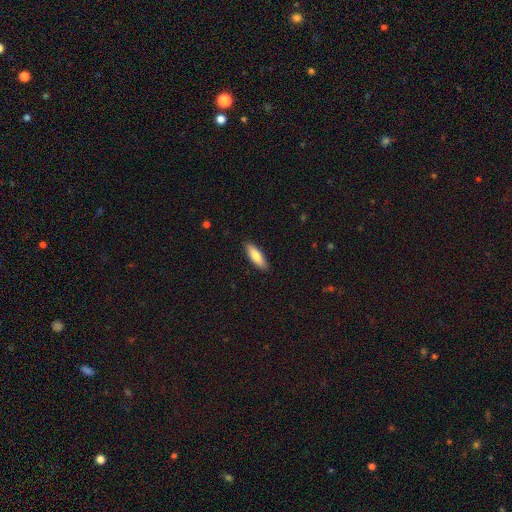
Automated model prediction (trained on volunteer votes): Smooth or featured?
  - smooth: 81% *
  - featured or disk: 14%
  - star or artifact: 6%
How rounded?
  - in between: 55% *
  - cigar-shaped: 43%
  - round: 2%
Merging?
  - none: 89% *
  - minor disturbance: 8%
  - major disturbance: 2%
  - merger: 1%